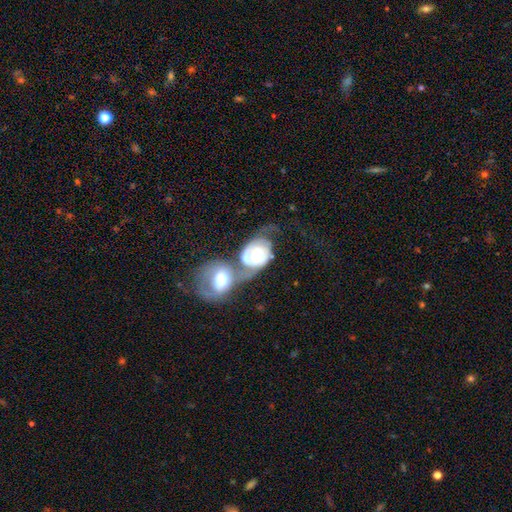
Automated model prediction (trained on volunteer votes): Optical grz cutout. It shows a featured or disk galaxy (72%) with no bar (50%), 2 (63%) tight (46%) spiral arms (80%) and a moderate central bulge (55%). Merging: merger (65%).